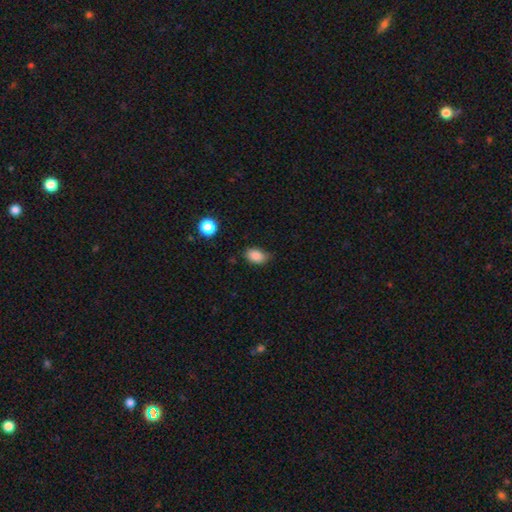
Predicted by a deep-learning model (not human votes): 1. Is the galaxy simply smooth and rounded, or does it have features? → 85% smooth, 9% star or artifact, 5% featured or disk.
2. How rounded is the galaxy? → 83% in between, 16% round, 1% cigar-shaped.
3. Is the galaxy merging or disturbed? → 69% none, 25% minor disturbance, 4% major disturbance, 2% merger.